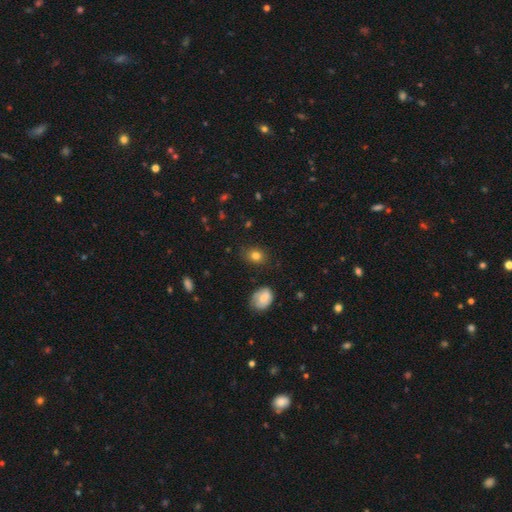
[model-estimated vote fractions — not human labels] Smooth or featured: smooth — 80% (star or artifact — 11%)
How rounded: in between — 52% (round — 47%)
Merging: none — 80% (minor disturbance — 15%)